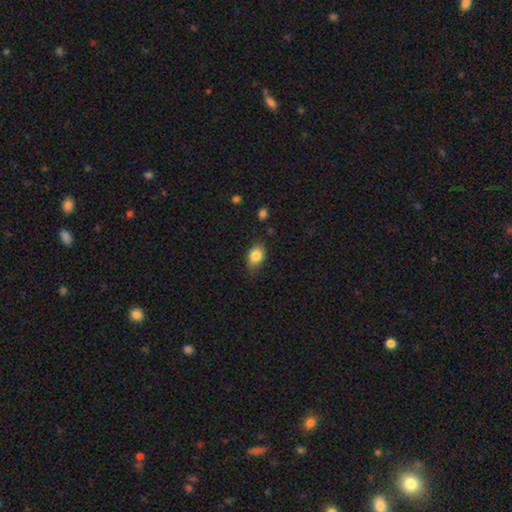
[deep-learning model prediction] A smooth galaxy with no disk features (83%) that is in between round and cigar-shaped (77%). Merging: none (72%).